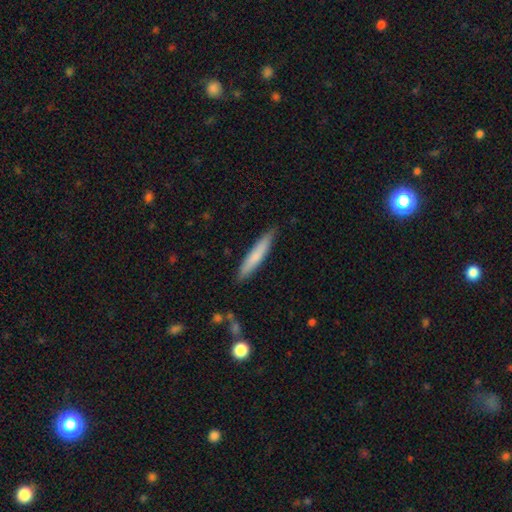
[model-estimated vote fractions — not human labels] Smooth or featured: smooth — 73% (featured or disk — 22%)
How rounded: cigar-shaped — 93% (in between — 6%)
Merging: none — 87% (minor disturbance — 10%)